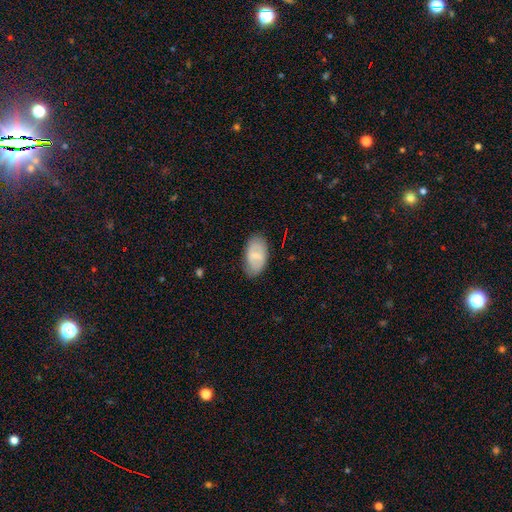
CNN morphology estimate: This is possibly a smooth galaxy (58%). How rounded: clearly in between (93%). Merging: likely none (79%).